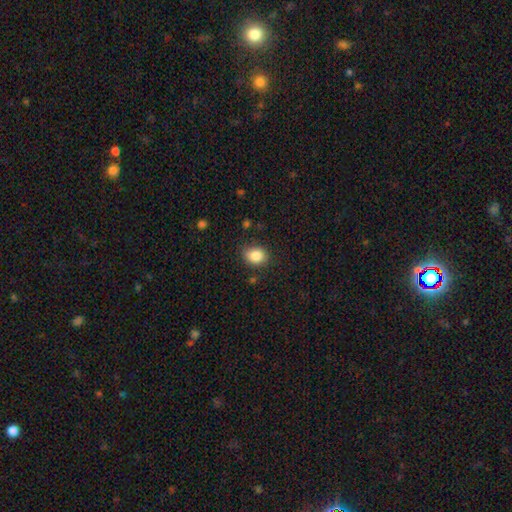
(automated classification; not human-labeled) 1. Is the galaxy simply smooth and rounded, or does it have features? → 86% smooth, 9% star or artifact, 5% featured or disk.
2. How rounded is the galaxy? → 57% in between, 42% round, 1% cigar-shaped.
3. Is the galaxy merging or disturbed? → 83% none, 12% minor disturbance, 3% major disturbance, 2% merger.